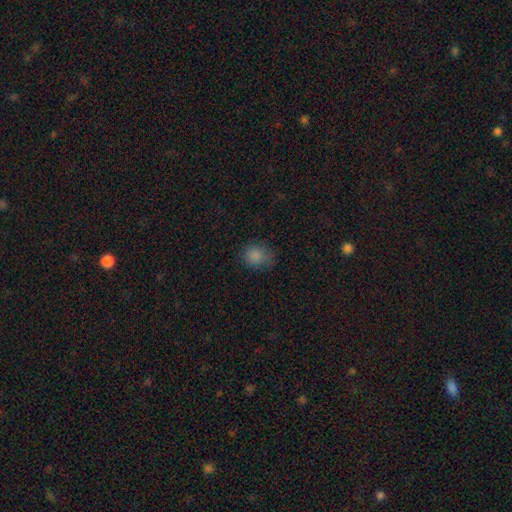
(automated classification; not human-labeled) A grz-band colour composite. It shows a smooth galaxy with no disk features (83%) that is round (74%). Merging: none (74%).